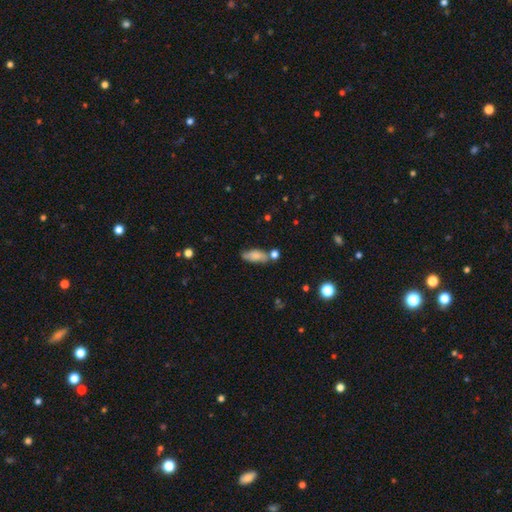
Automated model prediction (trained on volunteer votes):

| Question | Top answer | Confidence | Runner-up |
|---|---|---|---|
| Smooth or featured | smooth | 71% | featured or disk (21%) |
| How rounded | in between | 78% | cigar-shaped (19%) |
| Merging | none | 61% | minor disturbance (19%) |